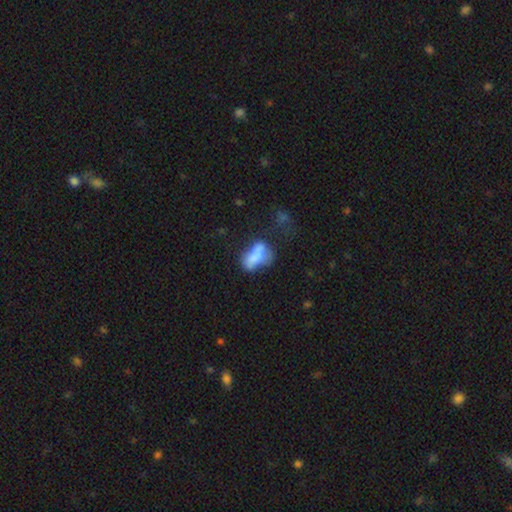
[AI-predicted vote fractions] Morphology: type=smooth (62%); roundness=in between (86%); merging=major disturbance (28%).